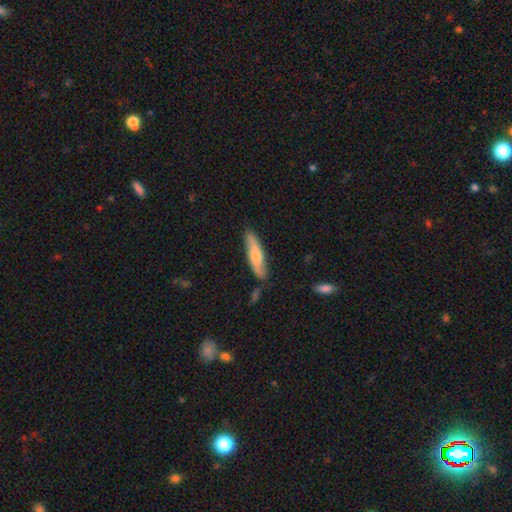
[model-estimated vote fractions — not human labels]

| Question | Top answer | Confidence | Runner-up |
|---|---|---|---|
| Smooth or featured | smooth | 59% | featured or disk (35%) |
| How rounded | cigar-shaped | 77% | in between (21%) |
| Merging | none | 79% | minor disturbance (15%) |